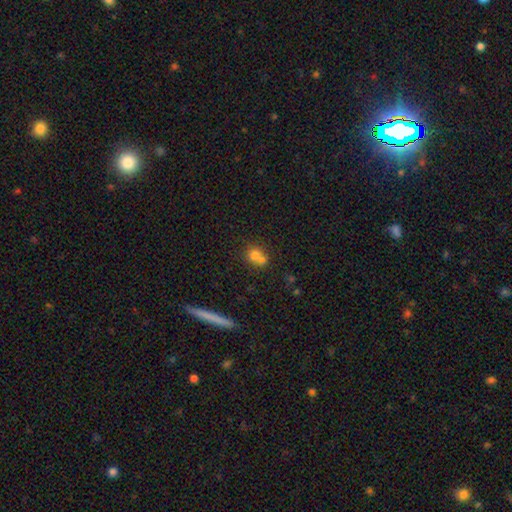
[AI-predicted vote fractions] Smooth or featured?
  - smooth: 72% *
  - featured or disk: 16%
  - star or artifact: 13%
How rounded?
  - round: 77% *
  - in between: 21%
  - cigar-shaped: 2%
Merging?
  - merger: 49% *
  - none: 39%
  - minor disturbance: 9%
  - major disturbance: 4%